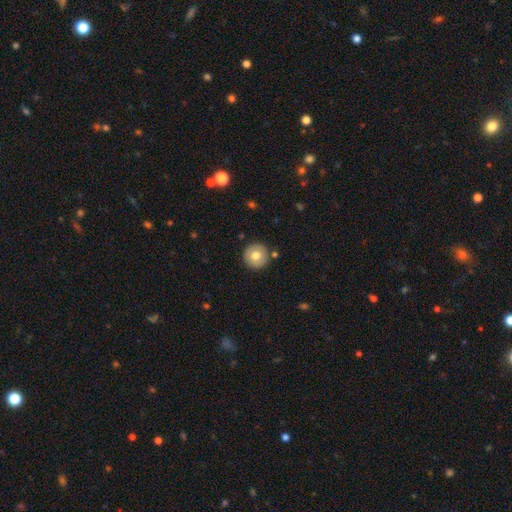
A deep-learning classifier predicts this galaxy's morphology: This appears to be a smooth galaxy with no disk features (74%) that is round (96%). Merging: none (88%).